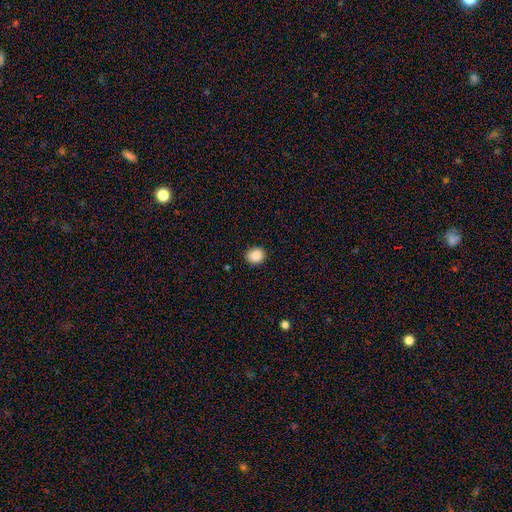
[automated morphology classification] A smooth galaxy with no disk features (88%) that is round (73%). Merging: none (88%).